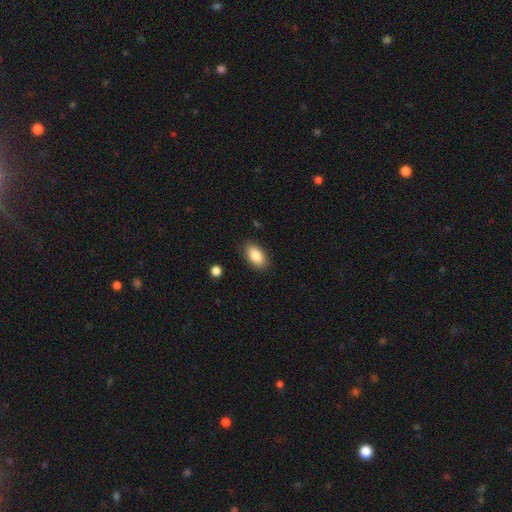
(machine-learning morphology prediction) smooth_or_featured: smooth (p=0.86) [alt: star or artifact p=0.07]
how_rounded: in between (p=0.92) [alt: round p=0.05]
merging: none (p=0.86) [alt: minor disturbance p=0.10]